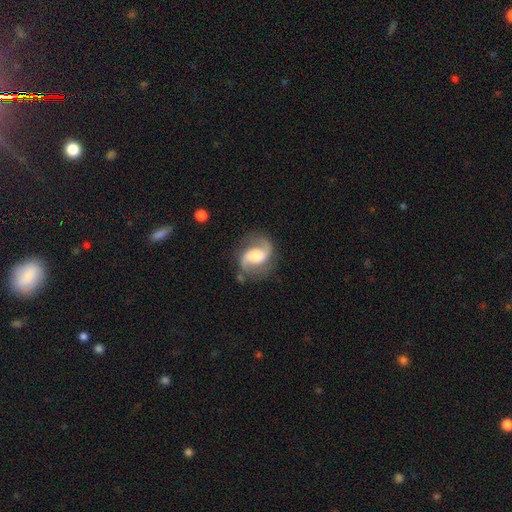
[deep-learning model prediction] Smooth or featured?
  - featured or disk: 85% *
  - smooth: 9%
  - star or artifact: 5%
Edge-on disk?
  - no: 98% *
  - yes: 2%
Bar?
  - no: 43% *
  - weak: 41%
  - strong: 16%
Spiral arms?
  - yes: 97% *
  - no: 3%
Spiral winding?
  - loose: 46% *
  - medium: 44%
  - tight: 11%
Spiral arm count?
  - 2: 93% *
  - 1: 2%
  - can't tell: 2%
  - 3: 1%
  - 4: 1%
  - more than 4: 1%
Bulge size?
  - moderate: 54% *
  - large: 21%
  - small: 18%
  - none: 3%
  - dominant: 3%
Merging?
  - none: 75% *
  - minor disturbance: 15%
  - major disturbance: 7%
  - merger: 2%